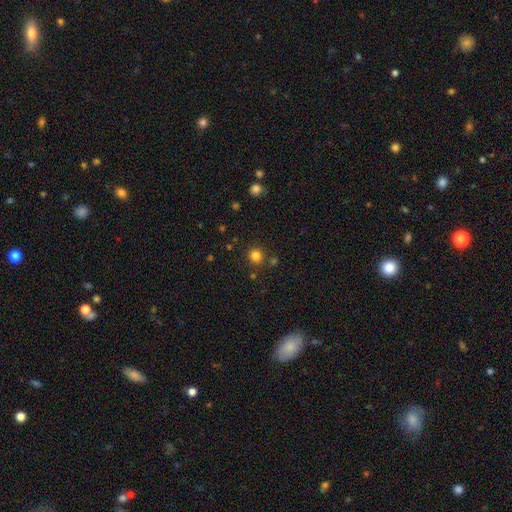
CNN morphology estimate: Q: Smooth or featured?
A: smooth (81%); runner-up: star or artifact (15%)
Q: How rounded?
A: round (93%); runner-up: in between (7%)
Q: Merging?
A: none (84%); runner-up: minor disturbance (7%)